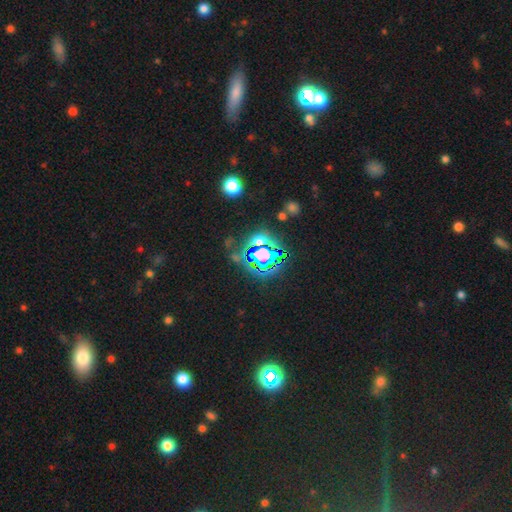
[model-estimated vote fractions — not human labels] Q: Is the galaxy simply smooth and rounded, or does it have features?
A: star or artifact — 77%.